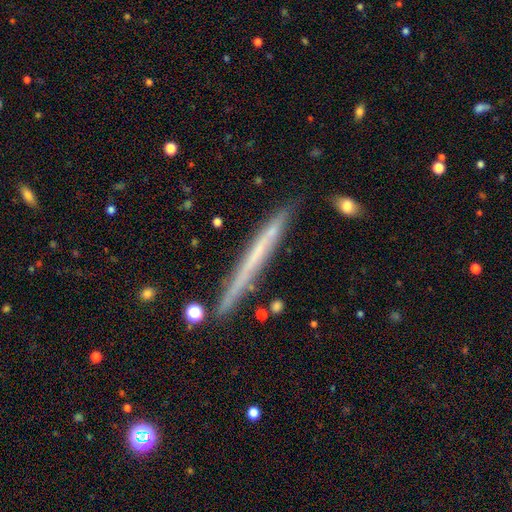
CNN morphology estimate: type=featured or disk (49%); merging=none (87%).